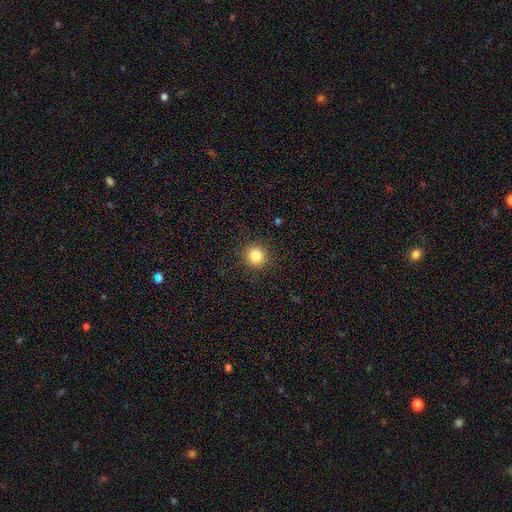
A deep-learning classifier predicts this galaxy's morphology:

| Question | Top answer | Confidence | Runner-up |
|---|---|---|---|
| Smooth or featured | smooth | 84% | star or artifact (11%) |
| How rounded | round | 93% | in between (6%) |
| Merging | none | 91% | minor disturbance (6%) |